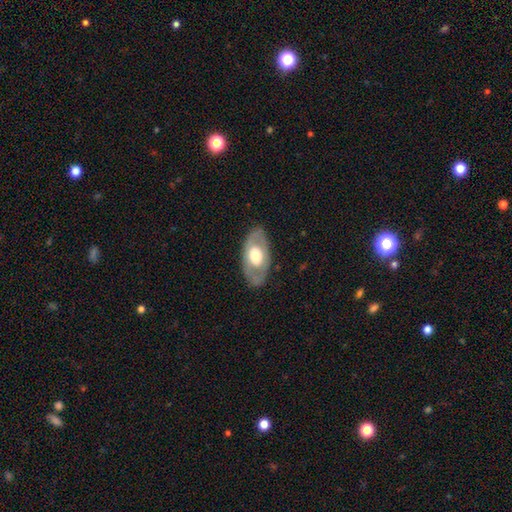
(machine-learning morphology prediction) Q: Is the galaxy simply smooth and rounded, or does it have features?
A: featured or disk — 54%.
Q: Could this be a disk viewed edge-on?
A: no — 86%.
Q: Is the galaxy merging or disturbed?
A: none — 81%.